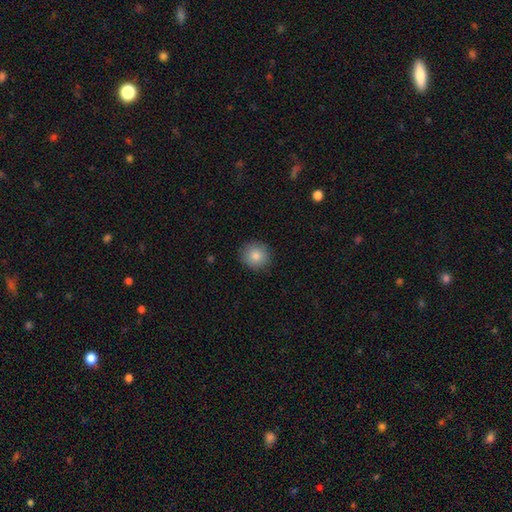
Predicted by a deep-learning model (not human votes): A smooth galaxy with no disk features (85%) that is round (90%). Merging: none (90%).